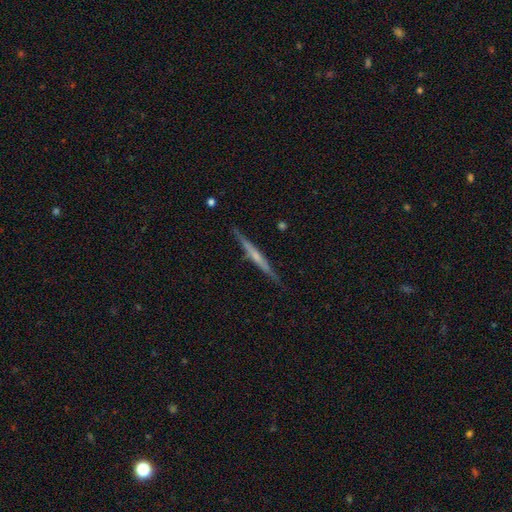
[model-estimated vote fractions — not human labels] Smooth or featured? Predicted: featured or disk (p=0.67). Edge-on disk? Predicted: yes (p=0.98). Edge-on bulge? Predicted: none (p=0.48). Merging? Predicted: none (p=0.88).